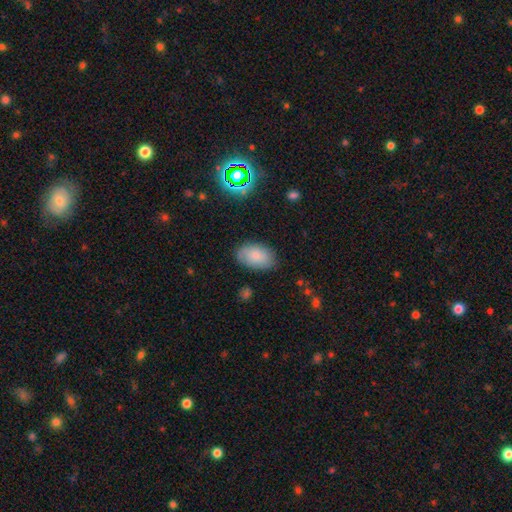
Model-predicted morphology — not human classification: Q: Smooth or featured?
A: smooth (78%); runner-up: featured or disk (14%)
Q: How rounded?
A: in between (92%); runner-up: round (6%)
Q: Merging?
A: none (79%); runner-up: minor disturbance (16%)